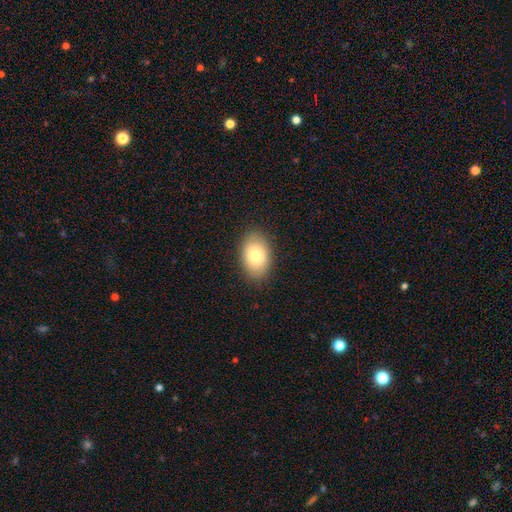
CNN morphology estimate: A smooth galaxy with no disk features (81%) that is in between round and cigar-shaped (87%). Merging: none (87%).